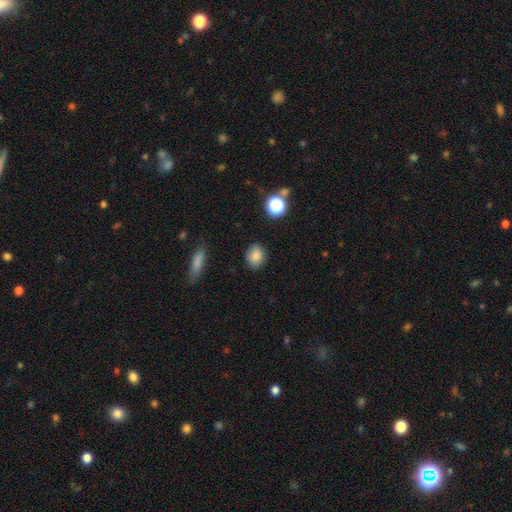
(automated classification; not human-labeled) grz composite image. It shows a smooth galaxy with no disk features (86%) that is round (50%). Merging: none (86%).